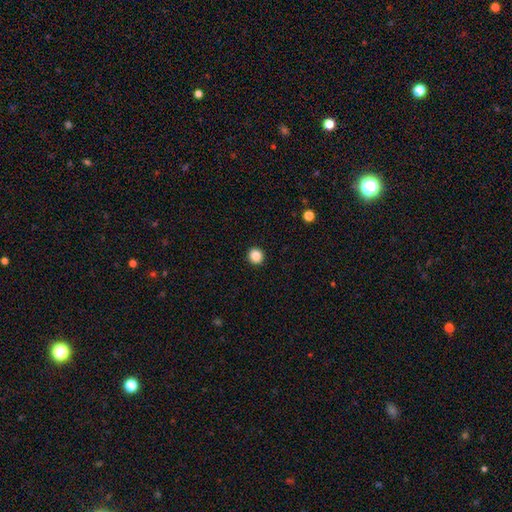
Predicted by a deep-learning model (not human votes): Smooth or featured: smooth — 87% (star or artifact — 10%)
How rounded: round — 94% (in between — 5%)
Merging: none — 94% (minor disturbance — 4%)